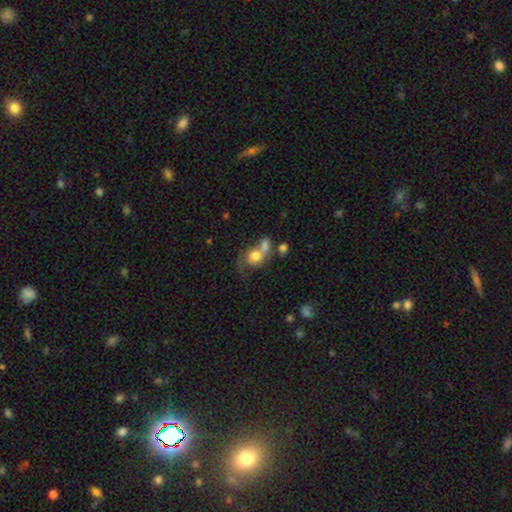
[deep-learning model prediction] A smooth galaxy with no disk features (63%) that is round (61%).

Vote fractions:
- Smooth or featured? smooth: 63% / featured or disk: 27% / star or artifact: 10%
- How rounded? round: 61% / in between: 38% / cigar-shaped: 2%
- Merging? merger: 58% / none: 19% / major disturbance: 14% / minor disturbance: 10%